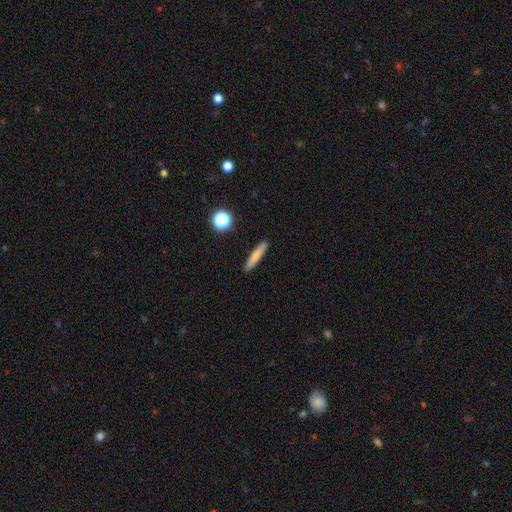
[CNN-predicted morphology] Smooth or featured?
  - smooth: 73% *
  - featured or disk: 19%
  - star or artifact: 8%
How rounded?
  - cigar-shaped: 90% *
  - in between: 8%
  - round: 2%
Merging?
  - none: 90% *
  - minor disturbance: 7%
  - major disturbance: 2%
  - merger: 2%